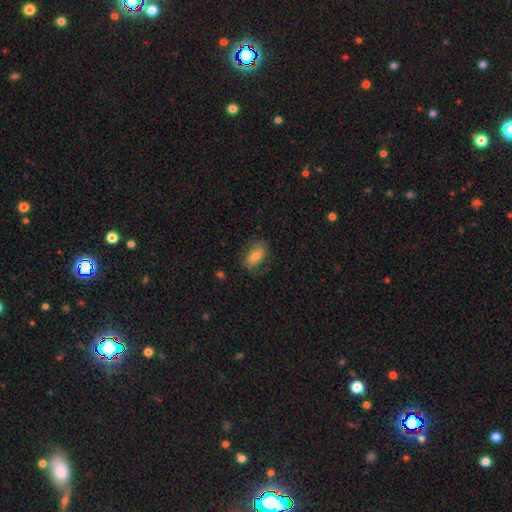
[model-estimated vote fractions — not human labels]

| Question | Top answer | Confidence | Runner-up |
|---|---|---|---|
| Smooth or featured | smooth | 69% | featured or disk (23%) |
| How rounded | in between | 88% | round (9%) |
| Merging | none | 75% | minor disturbance (18%) |